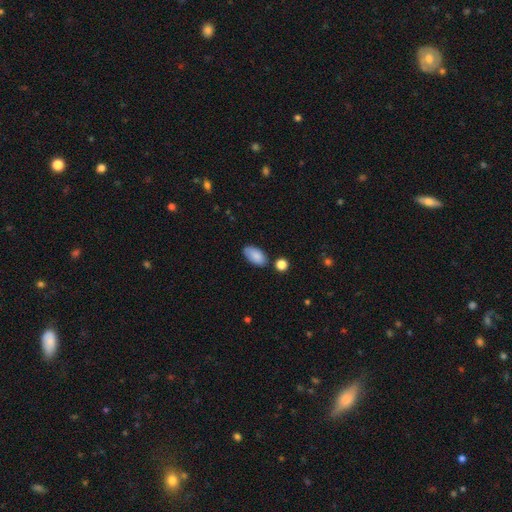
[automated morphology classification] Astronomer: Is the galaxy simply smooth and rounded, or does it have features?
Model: smooth — 86%.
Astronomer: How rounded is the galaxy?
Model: in between — 94%.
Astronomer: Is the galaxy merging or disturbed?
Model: none — 76%.